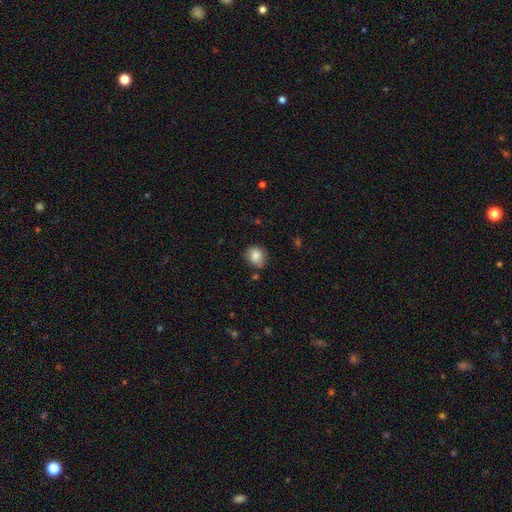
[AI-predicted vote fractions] Overall: smooth (85%). How rounded: round (68%; in between 31%). Merging: none (70%).